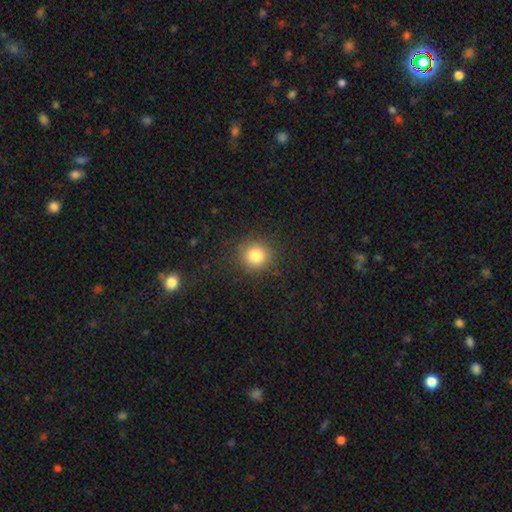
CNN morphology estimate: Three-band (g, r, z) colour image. It shows a smooth galaxy with no disk features (81%) that is round (92%). Merging: none (87%).